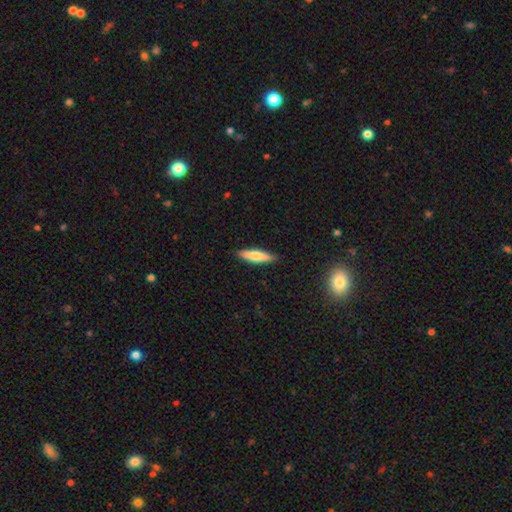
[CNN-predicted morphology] Q: Smooth or featured?
A: smooth (68%); runner-up: featured or disk (26%)
Q: How rounded?
A: cigar-shaped (76%); runner-up: in between (22%)
Q: Merging?
A: none (90%); runner-up: minor disturbance (8%)